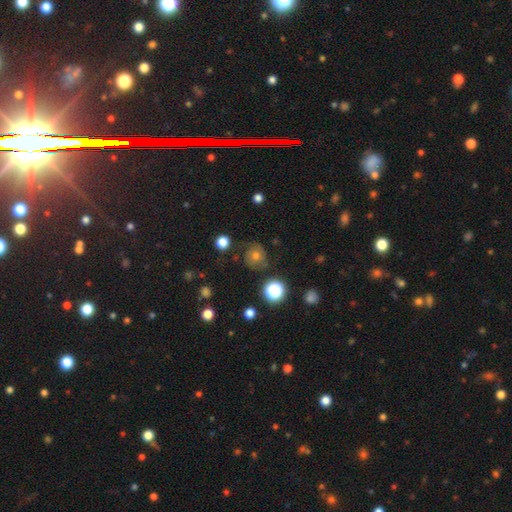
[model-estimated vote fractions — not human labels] A smooth galaxy with no disk features (47%).

Vote fractions:
- Smooth or featured? smooth: 47% / featured or disk: 33% / star or artifact: 20%
- Merging? none: 72% / minor disturbance: 17% / major disturbance: 8% / merger: 2%